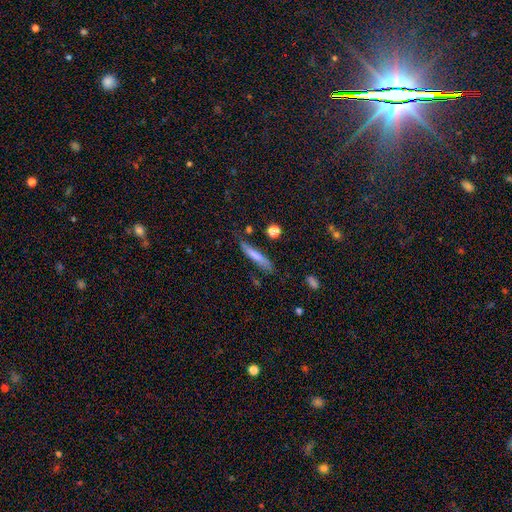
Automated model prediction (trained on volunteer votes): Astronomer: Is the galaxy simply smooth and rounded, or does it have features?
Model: smooth — 70%.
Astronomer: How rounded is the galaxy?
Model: cigar-shaped — 88%.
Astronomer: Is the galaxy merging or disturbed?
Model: none — 65%.